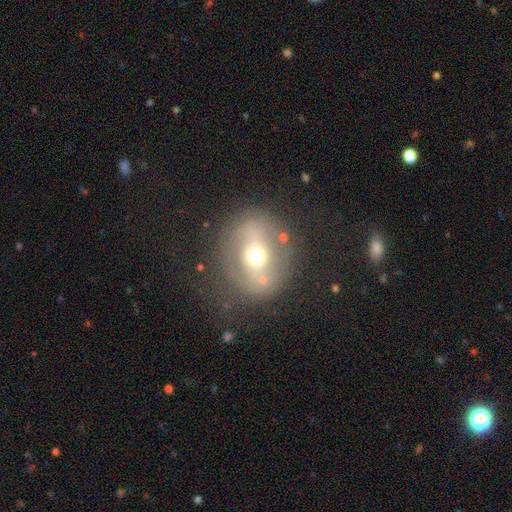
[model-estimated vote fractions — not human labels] Smooth or featured?
  - featured or disk: 51% *
  - smooth: 38%
  - star or artifact: 10%
Edge-on disk?
  - no: 91% *
  - yes: 9%
Merging?
  - none: 74% *
  - minor disturbance: 14%
  - major disturbance: 9%
  - merger: 3%